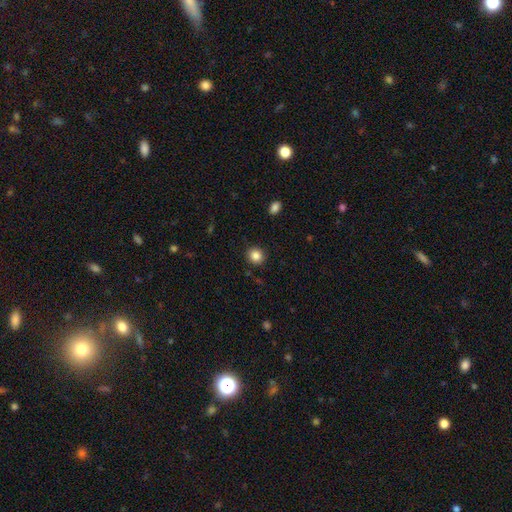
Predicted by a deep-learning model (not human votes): smooth-or-featured: smooth: 85% | star or artifact: 11% | featured or disk: 5%
  how-rounded: round: 88% | in between: 11% | cigar-shaped: 1%
  merging: none: 90% | minor disturbance: 6% | major disturbance: 2% | merger: 1%